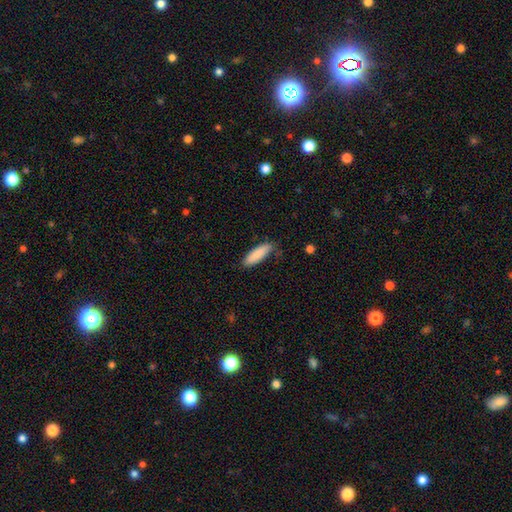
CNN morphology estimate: A smooth galaxy with no disk features (88%) that is cigar-shaped (50%).

Vote fractions:
- Smooth or featured? smooth: 88% / featured or disk: 6% / star or artifact: 6%
- How rounded? cigar-shaped: 50% / in between: 49% / round: 1%
- Merging? none: 75% / minor disturbance: 20% / major disturbance: 4% / merger: 2%